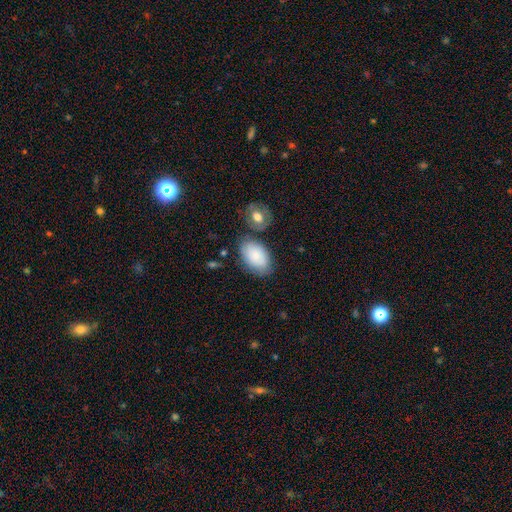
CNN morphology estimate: The model was most divided on "merging": none: 66%, minor disturbance: 18%, merger: 10%, major disturbance: 5%. More confident: how rounded — in between (91%); smooth or featured — smooth (79%).